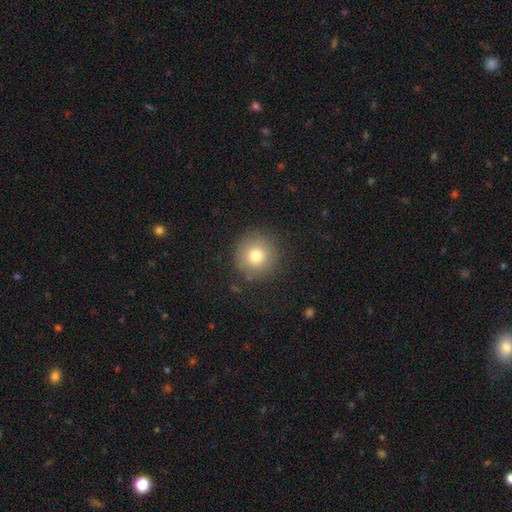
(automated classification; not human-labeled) A smooth galaxy with no disk features (77%) that is round (95%). Merging: none (87%).